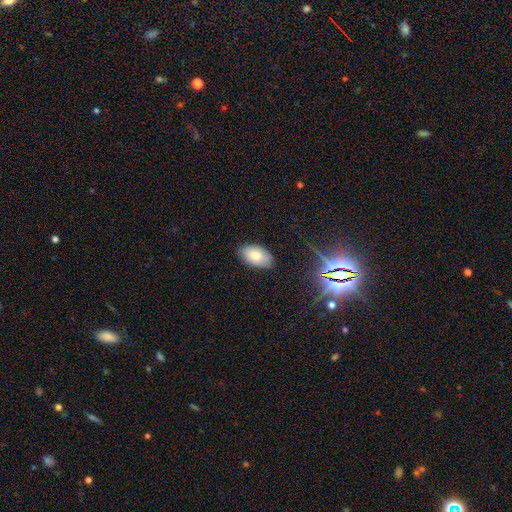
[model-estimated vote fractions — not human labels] This is likely a smooth galaxy (79%). How rounded: clearly in between (94%). Merging: clearly none (85%).